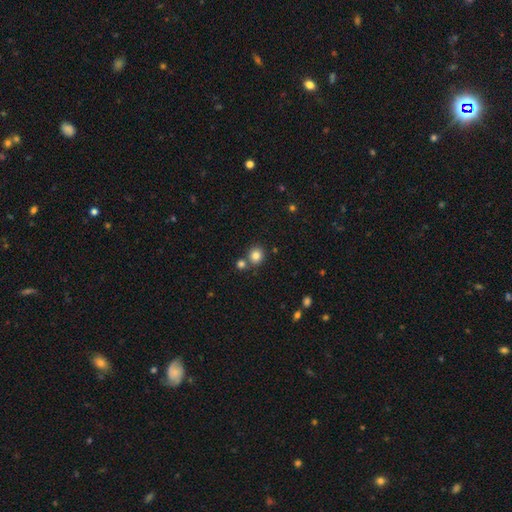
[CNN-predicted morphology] smooth 82%, star or artifact 12%, featured or disk 6%. Down the decision tree: how rounded — round (86%); merging — none (72%).